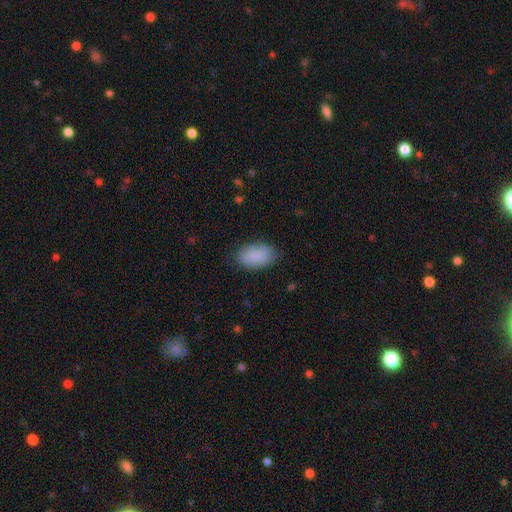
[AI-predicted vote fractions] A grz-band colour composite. It shows a smooth galaxy with no disk features (88%) that is in between round and cigar-shaped (91%). Merging: none (80%).